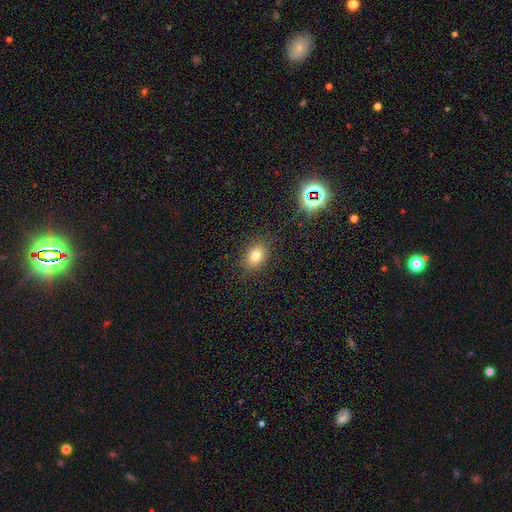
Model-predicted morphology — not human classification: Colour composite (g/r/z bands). It shows a smooth galaxy with no disk features (77%) that is in between round and cigar-shaped (57%). Merging: none (85%).